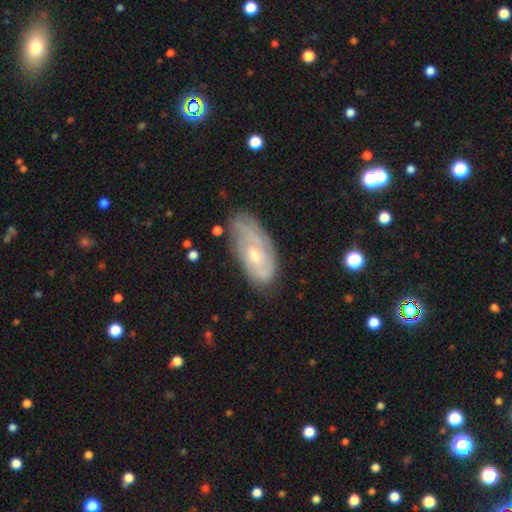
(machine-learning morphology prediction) Smooth or featured? featured or disk (64%)
Edge-on disk? no (90%)
Bar? no (70%)
Spiral arms? yes (81%)
Bulge size? small (48%, tied with moderate)
Merging? none (64%)